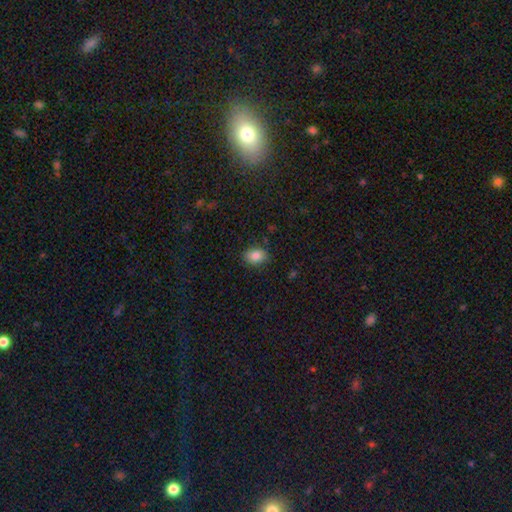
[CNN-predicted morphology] type=smooth (85%); roundness=in between (69%); merging=none (85%).